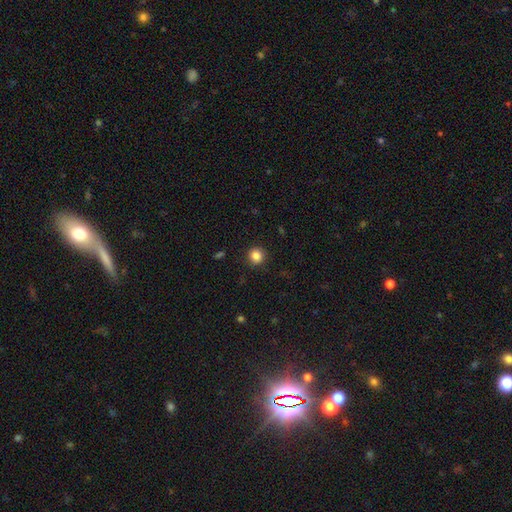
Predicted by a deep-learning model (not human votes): A smooth galaxy with no disk features (85%) that is round (92%). Merging: none (91%).